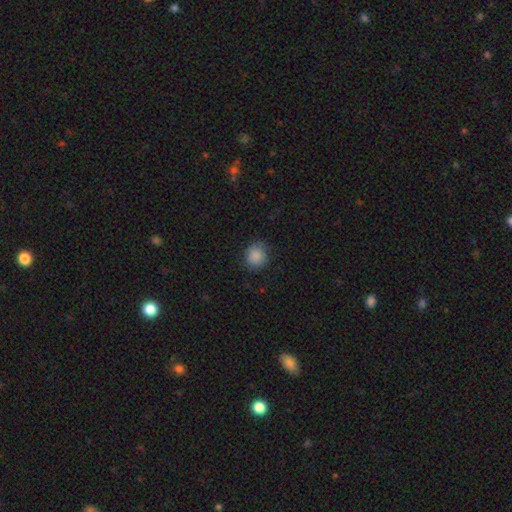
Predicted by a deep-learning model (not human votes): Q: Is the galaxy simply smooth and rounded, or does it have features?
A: smooth — 87%.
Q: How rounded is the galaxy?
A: round — 86%.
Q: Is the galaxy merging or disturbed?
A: none — 80%.